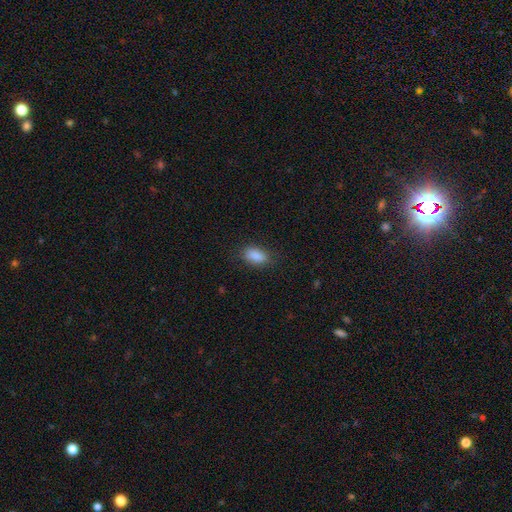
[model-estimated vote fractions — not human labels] Smooth or featured? Predicted: smooth (p=0.88). How rounded? Predicted: in between (p=0.90). Merging? Predicted: none (p=0.81).